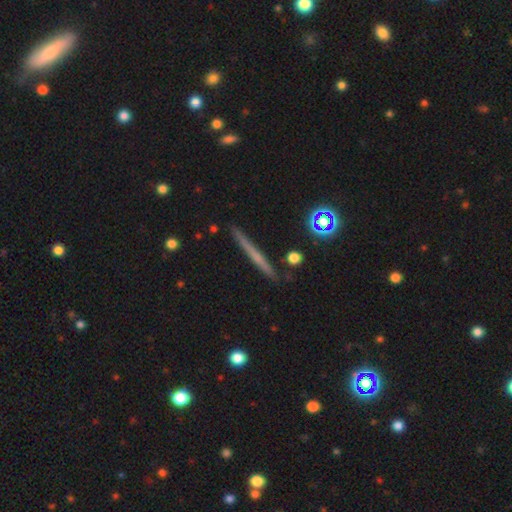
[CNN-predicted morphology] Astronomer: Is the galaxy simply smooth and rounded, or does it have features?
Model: featured or disk — 47% (runner-up: smooth, 42%).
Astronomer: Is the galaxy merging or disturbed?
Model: none — 88%.